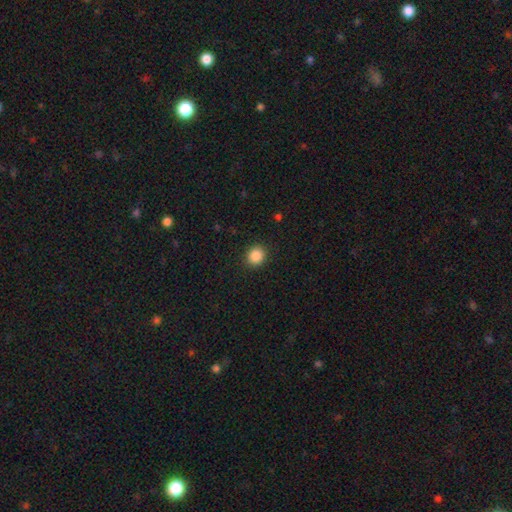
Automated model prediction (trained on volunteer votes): smooth-or-featured: smooth: 87% | star or artifact: 10% | featured or disk: 3%
  how-rounded: round: 79% | in between: 20% | cigar-shaped: 1%
  merging: none: 91% | minor disturbance: 6% | major disturbance: 2% | merger: 1%